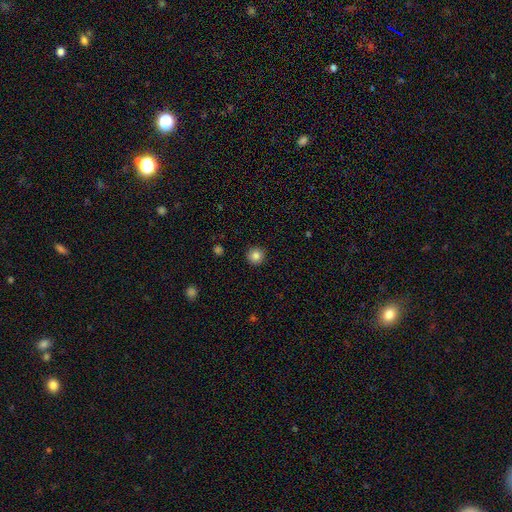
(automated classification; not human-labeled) Smooth or featured? Predicted: smooth (p=0.85). How rounded? Predicted: round (p=0.95). Merging? Predicted: none (p=0.93).